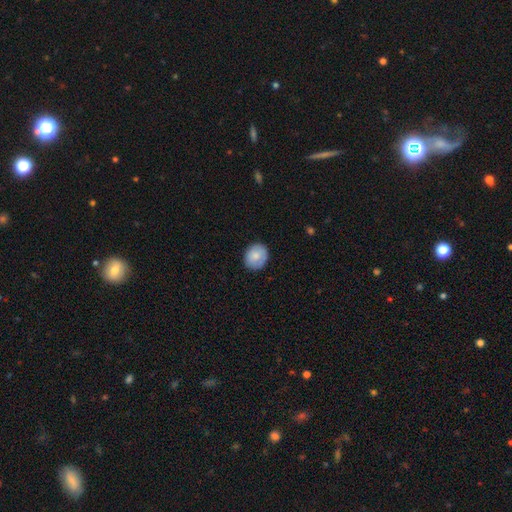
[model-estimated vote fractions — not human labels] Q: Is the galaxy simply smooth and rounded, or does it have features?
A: smooth — 80%.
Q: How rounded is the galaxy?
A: round — 68%.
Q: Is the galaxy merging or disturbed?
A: none — 84%.